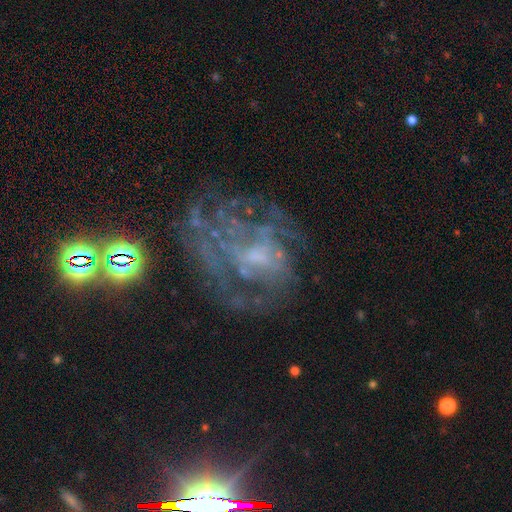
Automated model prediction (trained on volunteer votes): featured or disk 72%, star or artifact 16%, smooth 12%. Down the decision tree: edge-on disk — no (97%); bar — no (70%); spiral arms — yes (51%); bulge size — small (35%); merging — none (49%).